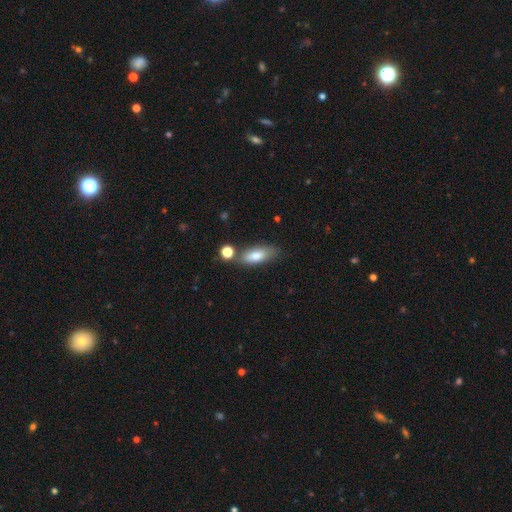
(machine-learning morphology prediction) Smooth or featured? smooth (80%)
How rounded? in between (70%)
Merging? none (66%)